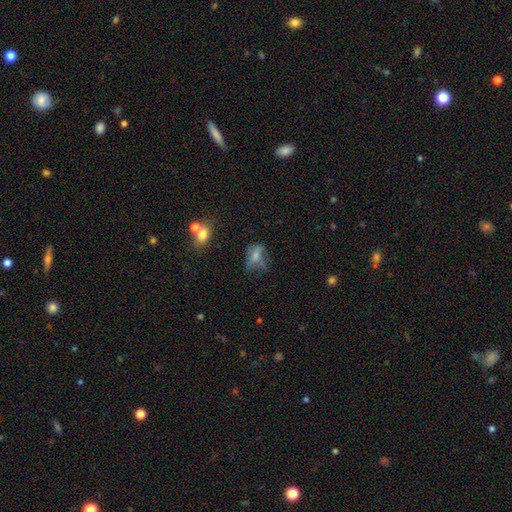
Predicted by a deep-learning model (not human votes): Smooth or featured? Predicted: smooth (p=0.58). How rounded? Predicted: in between (p=0.74). Merging? Predicted: none (p=0.35).